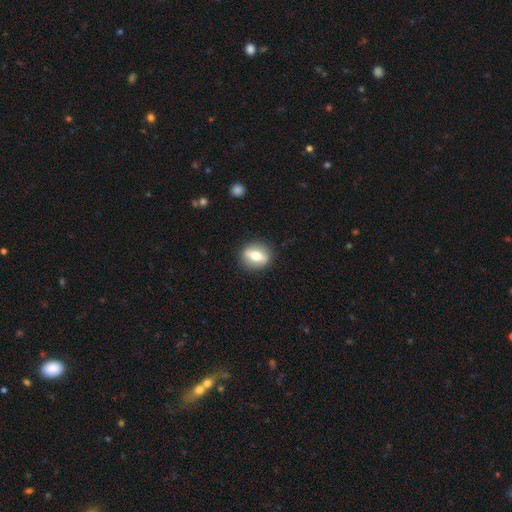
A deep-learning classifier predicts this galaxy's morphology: smooth 50%, featured or disk 43%, star or artifact 7%. Down the decision tree: how rounded — round (53%); merging — none (88%).